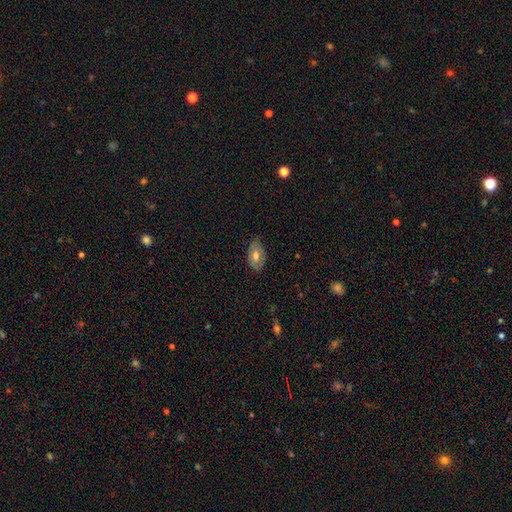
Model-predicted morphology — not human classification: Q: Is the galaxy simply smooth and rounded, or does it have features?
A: smooth — 55%.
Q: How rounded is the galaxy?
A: in between — 89%.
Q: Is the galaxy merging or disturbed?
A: none — 71%.